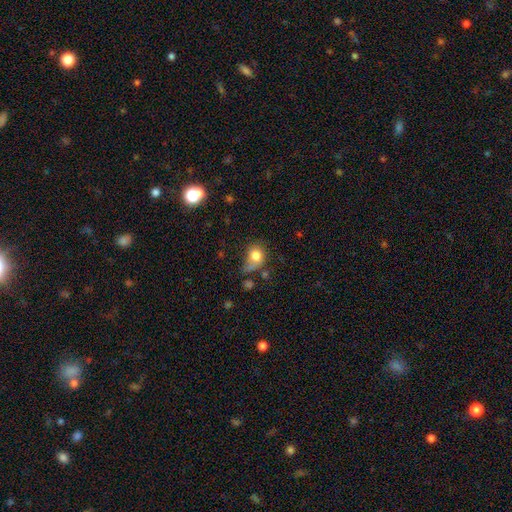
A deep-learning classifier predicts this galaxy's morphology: The model was most divided on "merging": none: 37%, minor disturbance: 29%, major disturbance: 23%, merger: 11%. More confident: smooth or featured — smooth (78%); how rounded — round (58%).